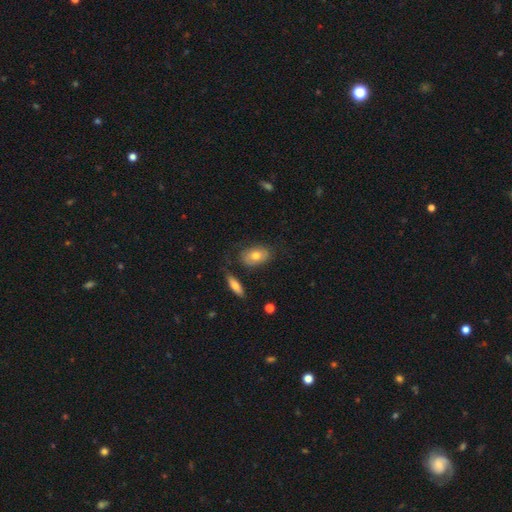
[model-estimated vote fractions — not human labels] Smooth or featured?
  - smooth: 66% *
  - featured or disk: 27%
  - star or artifact: 7%
How rounded?
  - in between: 87% *
  - round: 10%
  - cigar-shaped: 3%
Merging?
  - none: 68% *
  - minor disturbance: 19%
  - major disturbance: 7%
  - merger: 5%